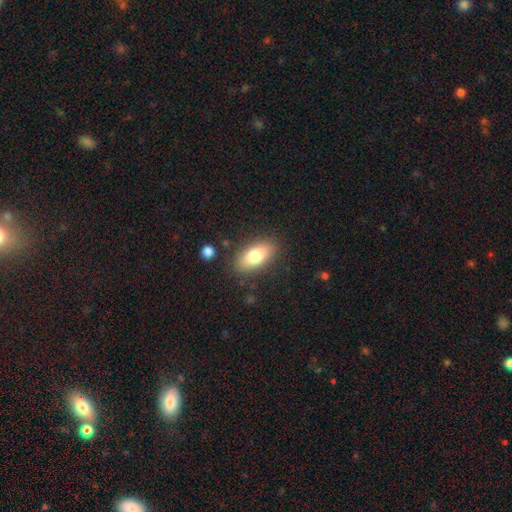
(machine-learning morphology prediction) This appears to be a smooth galaxy with no disk features (79%) that is in between round and cigar-shaped (88%). Merging: none (84%).